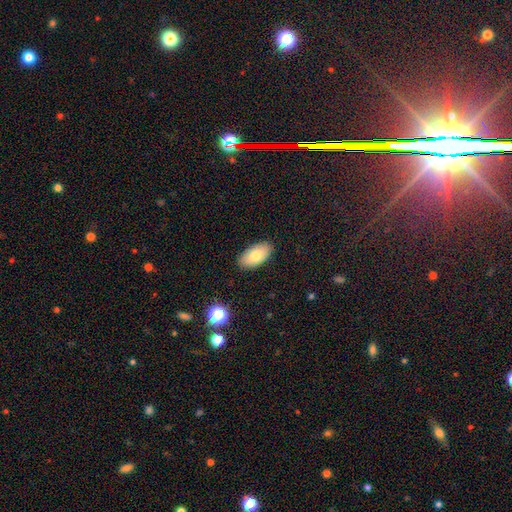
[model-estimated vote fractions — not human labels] smooth 79%, featured or disk 14%, star or artifact 7%. Down the decision tree: how rounded — in between (95%); merging — none (88%).